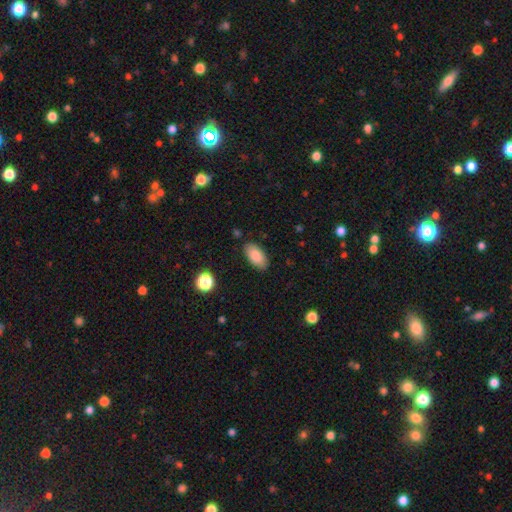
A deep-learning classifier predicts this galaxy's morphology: Smooth or featured? smooth (85%)
How rounded? in between (93%)
Merging? none (85%)